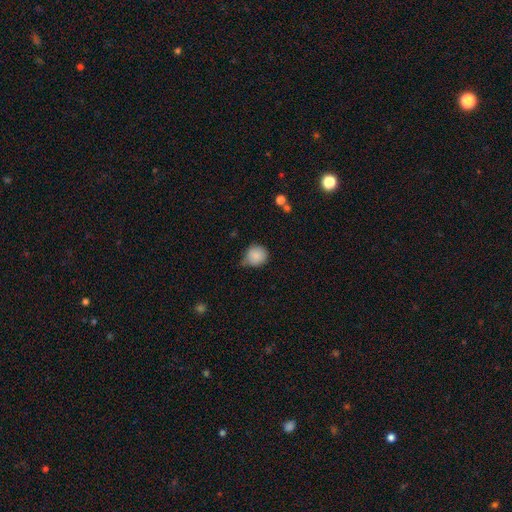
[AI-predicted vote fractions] A smooth galaxy with no disk features (85%) that is round (86%).

Vote fractions:
- Smooth or featured? smooth: 85% / star or artifact: 9% / featured or disk: 6%
- How rounded? round: 86% / in between: 13% / cigar-shaped: 1%
- Merging? none: 51% / minor disturbance: 38% / major disturbance: 7% / merger: 4%